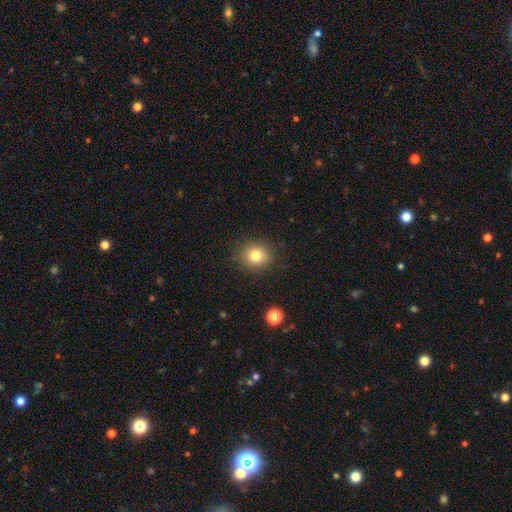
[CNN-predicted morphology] This is likely a smooth galaxy (80%). How rounded: clearly round (83%). Merging: clearly none (88%).